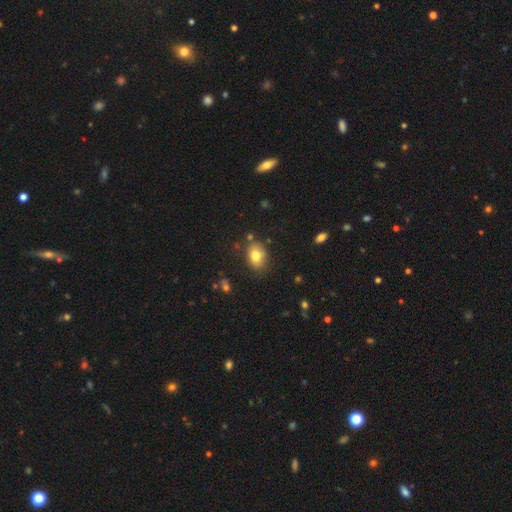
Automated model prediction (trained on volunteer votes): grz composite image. It shows a smooth galaxy with no disk features (80%) that is in between round and cigar-shaped (70%). Merging: none (76%).